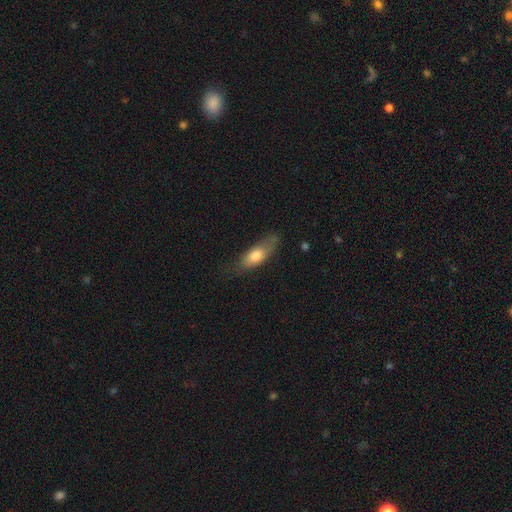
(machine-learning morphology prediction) Q: Smooth or featured?
A: smooth (71%); runner-up: featured or disk (22%)
Q: How rounded?
A: in between (67%); runner-up: cigar-shaped (30%)
Q: Merging?
A: none (63%); runner-up: minor disturbance (26%)